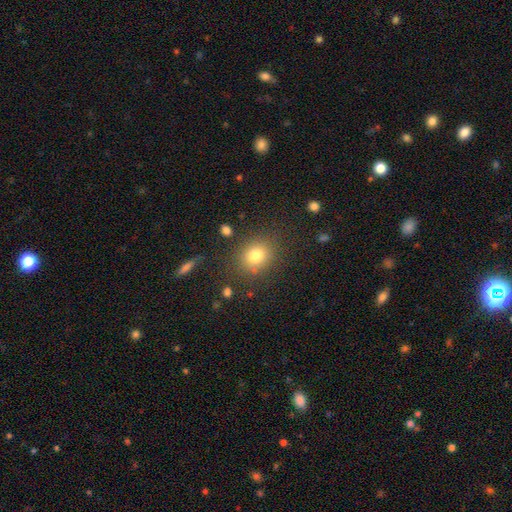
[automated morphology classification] smooth-or-featured: smooth: 80% | star or artifact: 12% | featured or disk: 9%
  how-rounded: round: 66% | in between: 33% | cigar-shaped: 1%
  merging: none: 80% | minor disturbance: 12% | major disturbance: 5% | merger: 3%